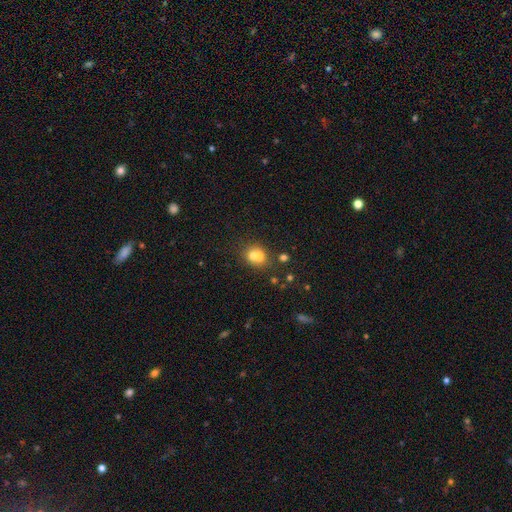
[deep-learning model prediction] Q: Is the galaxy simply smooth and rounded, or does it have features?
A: smooth — 67%.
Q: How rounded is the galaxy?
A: round — 74%.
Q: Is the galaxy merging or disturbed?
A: merger — 57%.